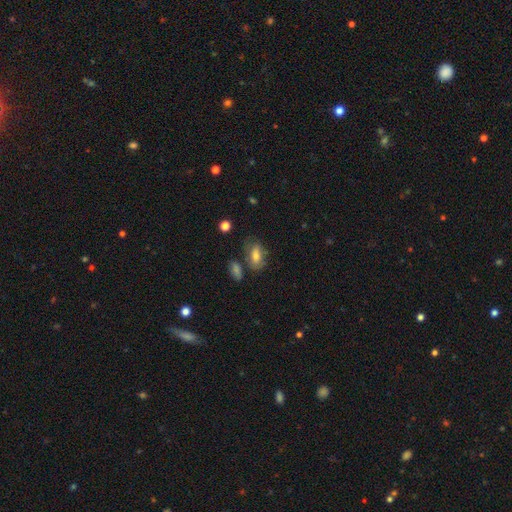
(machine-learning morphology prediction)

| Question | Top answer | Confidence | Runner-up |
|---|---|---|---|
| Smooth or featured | smooth | 70% | featured or disk (21%) |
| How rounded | in between | 85% | round (9%) |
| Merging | none | 60% | minor disturbance (21%) |